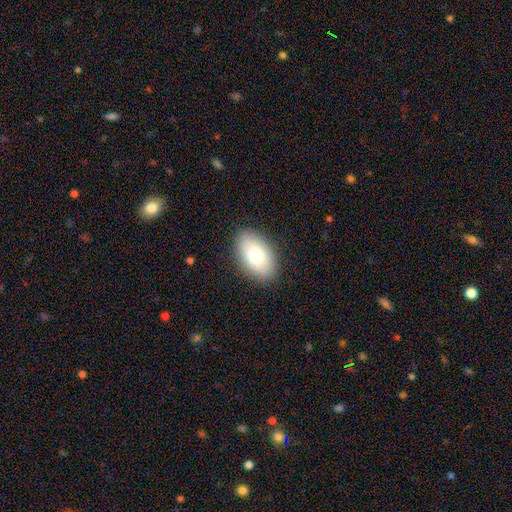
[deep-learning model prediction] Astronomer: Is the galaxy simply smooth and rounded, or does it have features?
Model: smooth — 77%.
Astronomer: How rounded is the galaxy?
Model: in between — 91%.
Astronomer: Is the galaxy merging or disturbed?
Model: none — 88%.